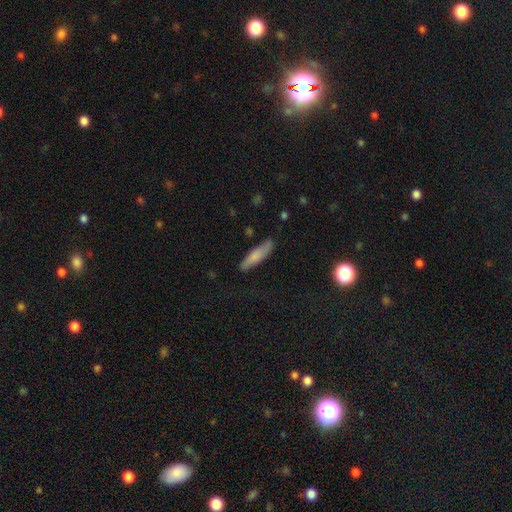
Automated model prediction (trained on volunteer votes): Overall: smooth (74%). How rounded: cigar-shaped (76%). Merging: none (81%).